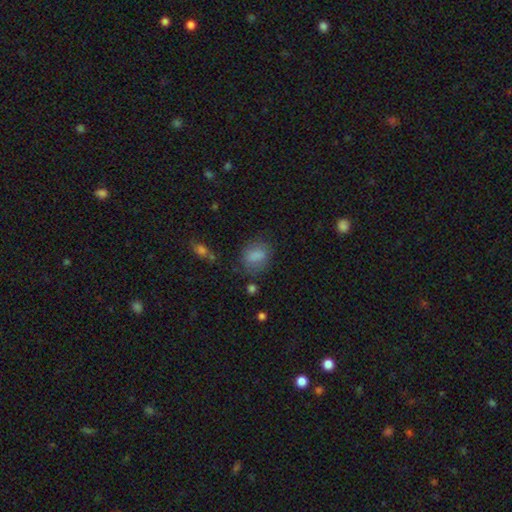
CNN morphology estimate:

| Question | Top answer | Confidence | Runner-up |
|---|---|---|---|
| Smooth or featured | smooth | 80% | star or artifact (10%) |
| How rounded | in between | 61% | round (37%) |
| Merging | none | 68% | minor disturbance (20%) |